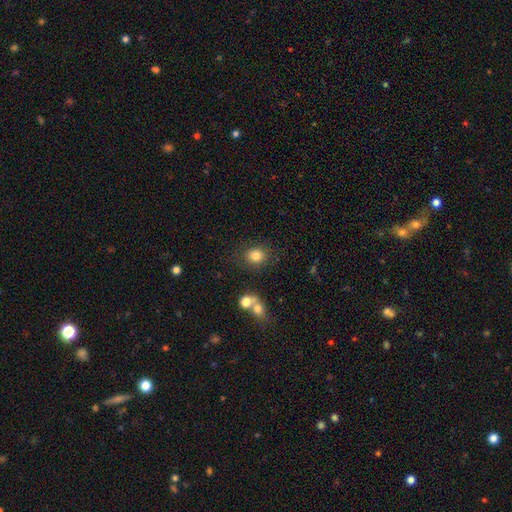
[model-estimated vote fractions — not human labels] smooth-or-featured: smooth: 81% | star or artifact: 12% | featured or disk: 7%
  how-rounded: round: 72% | in between: 27% | cigar-shaped: 1%
  merging: none: 81% | minor disturbance: 10% | merger: 5% | major disturbance: 4%